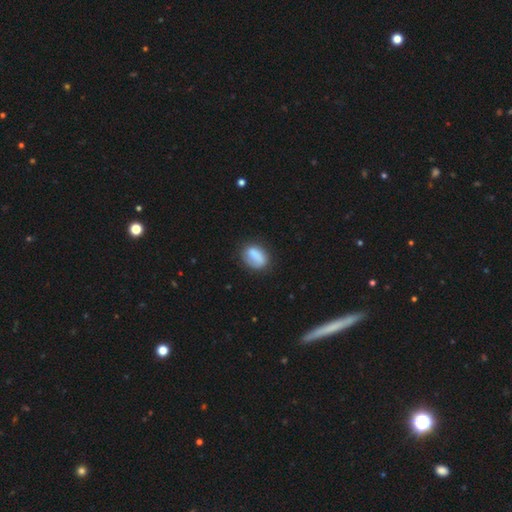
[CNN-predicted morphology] A smooth galaxy with no disk features (79%) that is in between round and cigar-shaped (75%).

Vote fractions:
- Smooth or featured? smooth: 79% / featured or disk: 14% / star or artifact: 8%
- How rounded? in between: 75% / round: 23% / cigar-shaped: 2%
- Merging? none: 65% / minor disturbance: 24% / major disturbance: 8% / merger: 3%